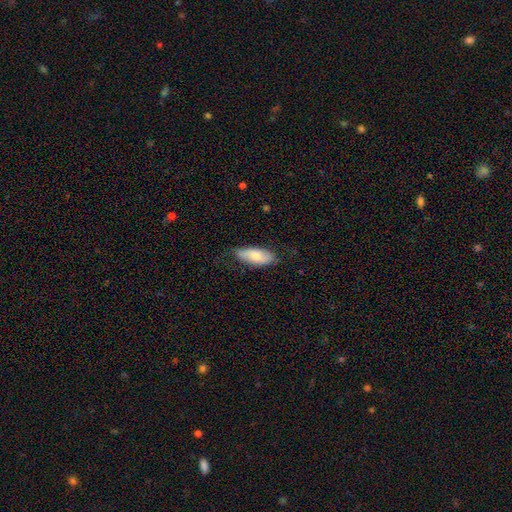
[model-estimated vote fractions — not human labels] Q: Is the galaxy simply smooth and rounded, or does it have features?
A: smooth — 71%.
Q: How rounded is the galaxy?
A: in between — 85%.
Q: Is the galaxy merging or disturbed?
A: none — 73%.